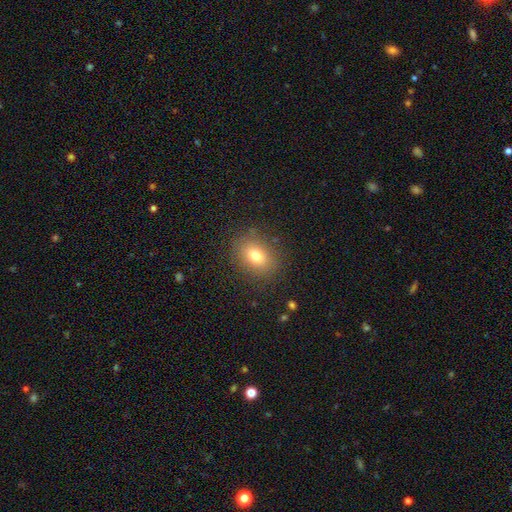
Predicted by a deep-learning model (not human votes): Smooth or featured? Predicted: smooth (p=0.76). How rounded? Predicted: in between (p=0.62). Merging? Predicted: none (p=0.85).